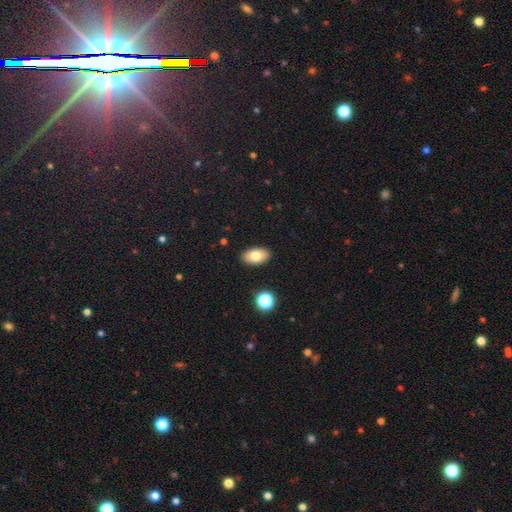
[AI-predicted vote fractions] smooth_or_featured: smooth (p=0.78) [alt: featured or disk p=0.14]
how_rounded: in between (p=0.93) [alt: round p=0.05]
merging: none (p=0.89) [alt: minor disturbance p=0.08]